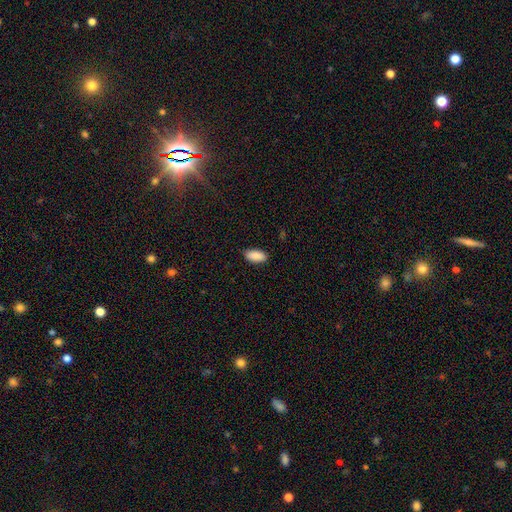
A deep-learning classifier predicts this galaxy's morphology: A smooth galaxy with no disk features (88%) that is in between round and cigar-shaped (92%). Merging: none (88%).